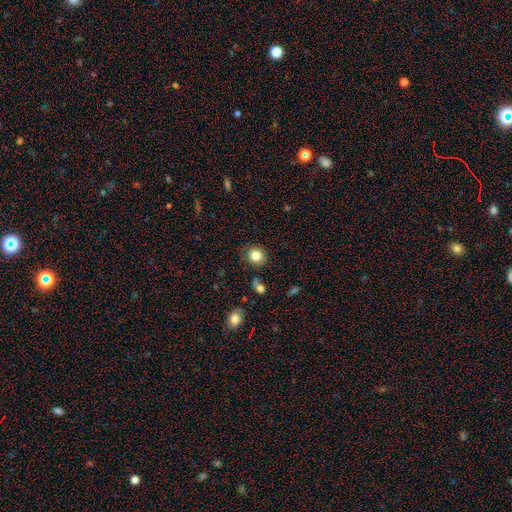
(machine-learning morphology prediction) Overall: smooth (83%). How rounded: round (82%). Merging: none (83%).